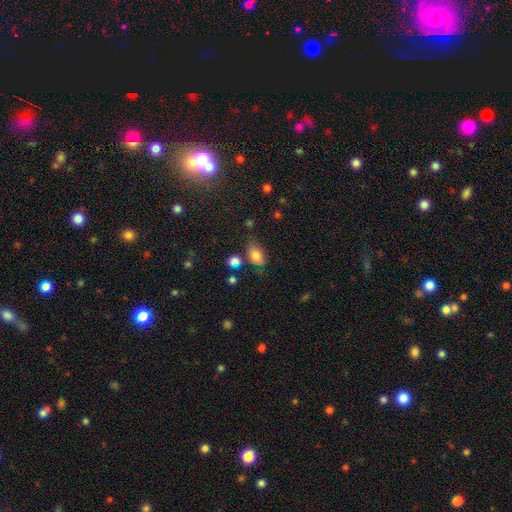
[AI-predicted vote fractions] smooth 81%, star or artifact 10%, featured or disk 9%. Down the decision tree: how rounded — in between (87%); merging — none (57%).